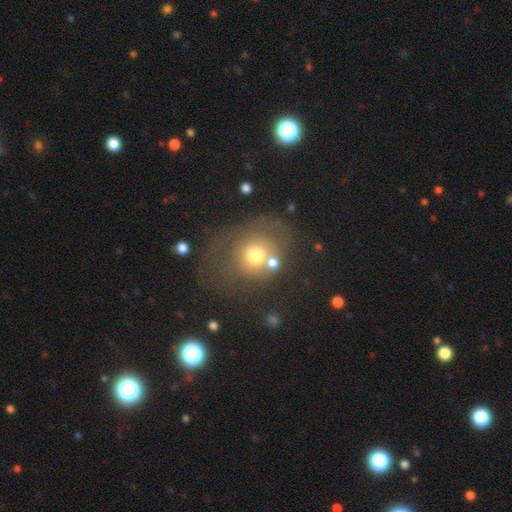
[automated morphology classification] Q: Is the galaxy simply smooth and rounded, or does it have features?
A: smooth — 62%.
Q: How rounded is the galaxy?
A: round — 74%.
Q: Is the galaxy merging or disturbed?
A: none — 46%.